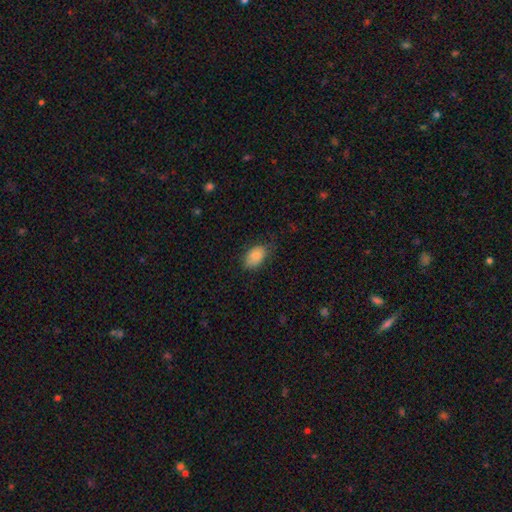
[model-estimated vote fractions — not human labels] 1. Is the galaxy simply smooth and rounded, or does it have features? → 87% smooth, 7% star or artifact, 6% featured or disk.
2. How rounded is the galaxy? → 90% in between, 9% round, 1% cigar-shaped.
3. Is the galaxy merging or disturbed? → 70% none, 23% minor disturbance, 6% major disturbance, 1% merger.